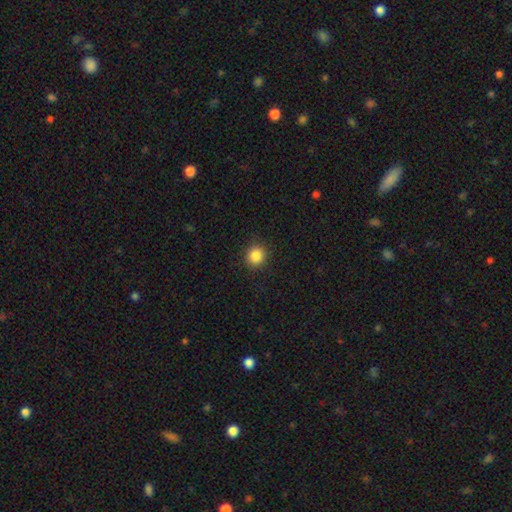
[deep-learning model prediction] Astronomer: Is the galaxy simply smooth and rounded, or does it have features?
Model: smooth — 86%.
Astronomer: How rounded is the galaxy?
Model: round — 89%.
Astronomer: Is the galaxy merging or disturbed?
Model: none — 91%.